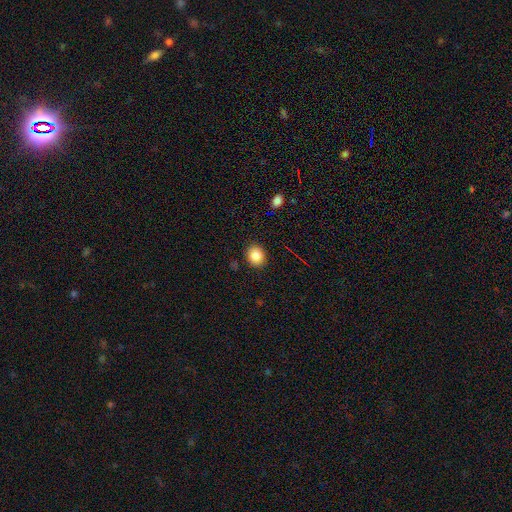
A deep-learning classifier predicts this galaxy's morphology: A smooth galaxy with no disk features (86%) that is round (66%). Merging: none (88%).